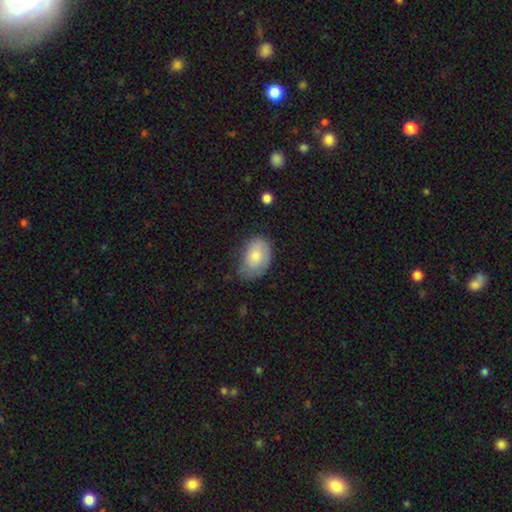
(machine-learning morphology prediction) smooth_or_featured: smooth (p=0.73) [alt: featured or disk p=0.20]
how_rounded: in between (p=0.86) [alt: round p=0.12]
merging: none (p=0.54) [alt: minor disturbance p=0.34]